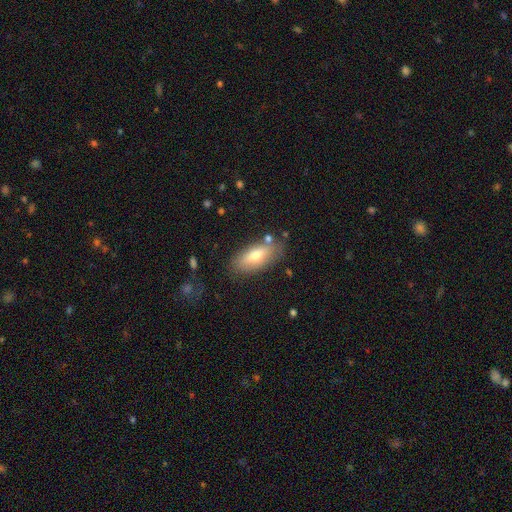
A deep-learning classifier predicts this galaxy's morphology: This appears to be a smooth galaxy with no disk features (69%) that is in between round and cigar-shaped (82%). Merging: none (79%).